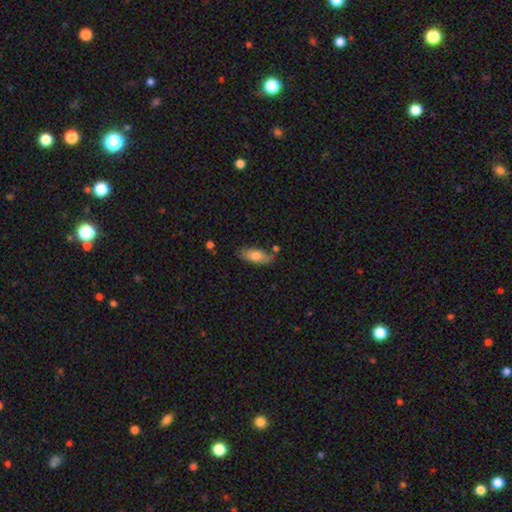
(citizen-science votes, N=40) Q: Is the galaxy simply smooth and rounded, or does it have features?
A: smooth — 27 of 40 (68%).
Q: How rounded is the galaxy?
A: in between — 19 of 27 (70%).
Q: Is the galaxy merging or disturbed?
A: none — 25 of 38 (66%).